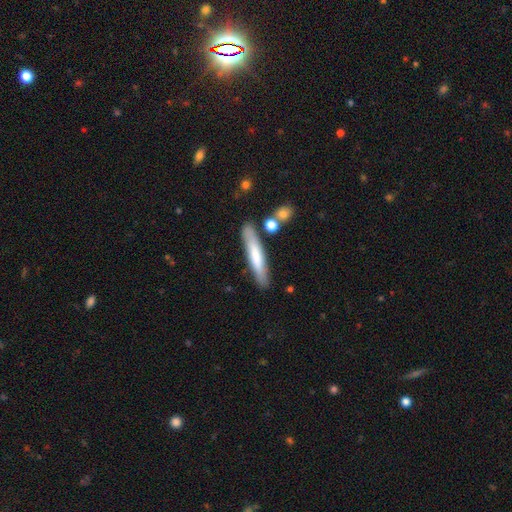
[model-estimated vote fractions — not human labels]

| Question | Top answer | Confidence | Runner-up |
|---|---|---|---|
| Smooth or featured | smooth | 64% | featured or disk (30%) |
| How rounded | cigar-shaped | 90% | in between (9%) |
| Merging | none | 83% | minor disturbance (10%) |